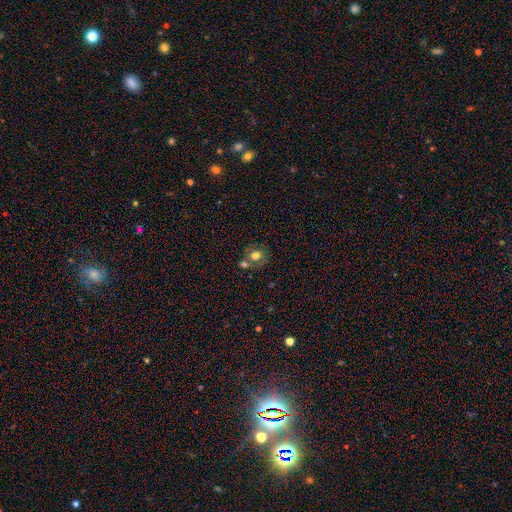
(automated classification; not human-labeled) Smooth or featured? smooth (67%)
How rounded? round (78%)
Merging? none (51%)